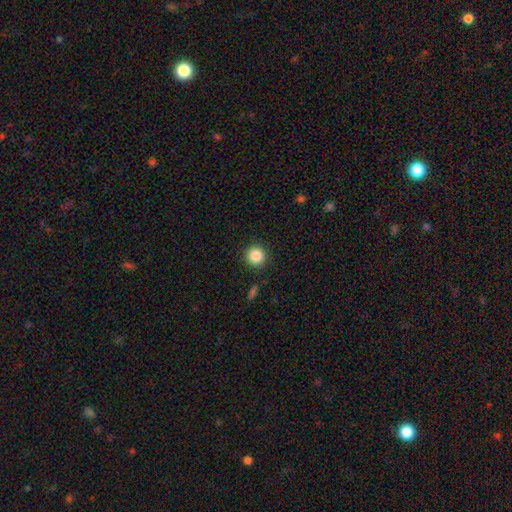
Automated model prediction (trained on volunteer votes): smooth_or_featured: smooth (p=0.86) [alt: star or artifact p=0.10]
how_rounded: round (p=0.94) [alt: in between p=0.05]
merging: none (p=0.91) [alt: minor disturbance p=0.06]